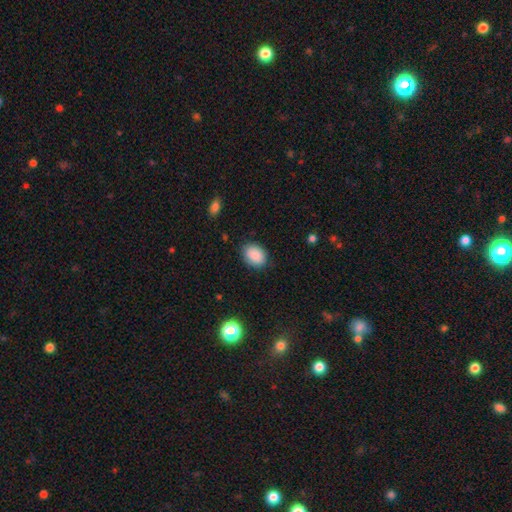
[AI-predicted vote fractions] Smooth or featured? Predicted: smooth (p=0.89). How rounded? Predicted: in between (p=0.71). Merging? Predicted: none (p=0.85).